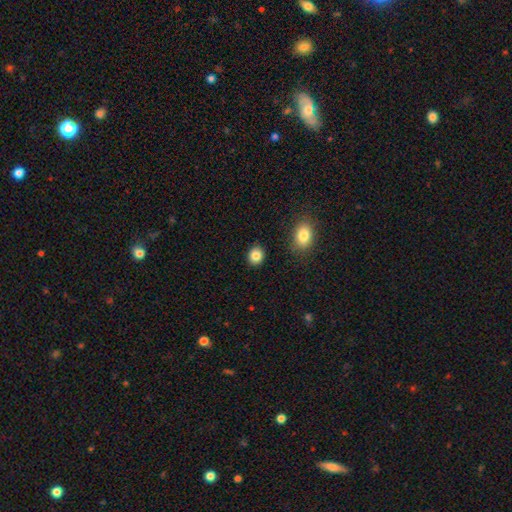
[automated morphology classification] smooth_or_featured: smooth (p=0.85) [alt: star or artifact p=0.09]
how_rounded: round (p=0.69) [alt: in between p=0.30]
merging: none (p=0.89) [alt: minor disturbance p=0.07]